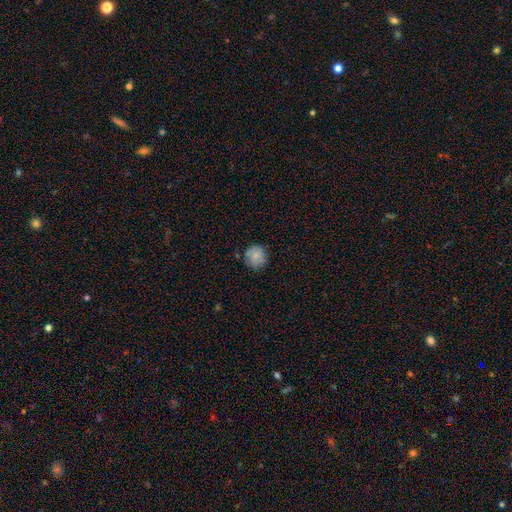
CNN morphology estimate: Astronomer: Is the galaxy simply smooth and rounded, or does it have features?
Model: smooth — 73%.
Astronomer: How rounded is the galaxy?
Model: round — 87%.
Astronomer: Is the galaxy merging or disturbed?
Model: none — 73%.